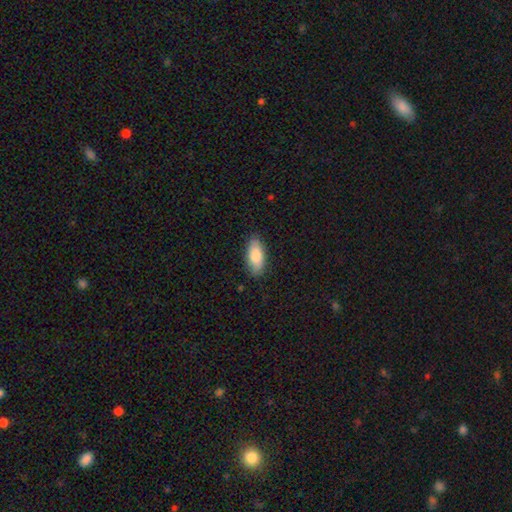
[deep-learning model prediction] Morphology: type=smooth (82%); roundness=in between (83%); merging=none (85%).